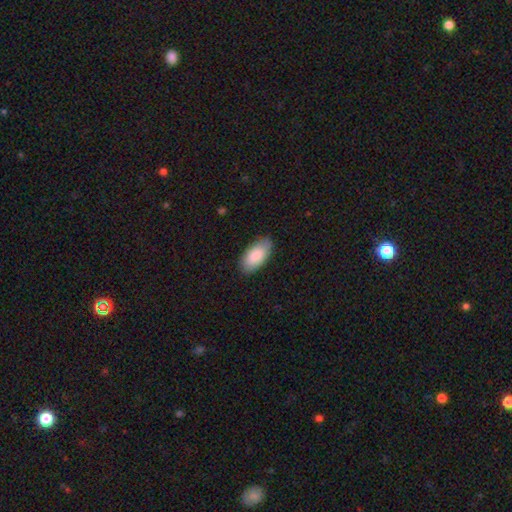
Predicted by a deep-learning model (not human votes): Smooth or featured: smooth — 88% (featured or disk — 7%)
How rounded: in between — 94% (cigar-shaped — 4%)
Merging: none — 84% (minor disturbance — 12%)